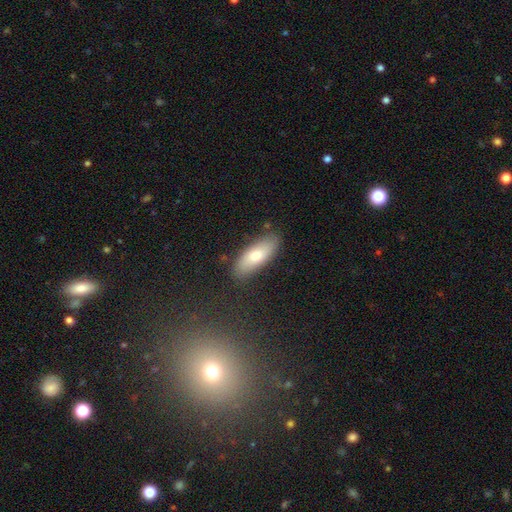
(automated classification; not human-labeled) Overall: smooth (73%). How rounded: in between (72%). Merging: none (84%).